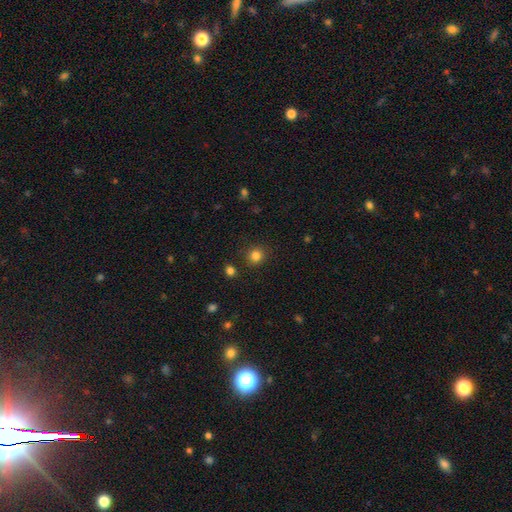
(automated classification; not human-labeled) Smooth or featured? smooth (83%)
How rounded? round (90%)
Merging? none (88%)